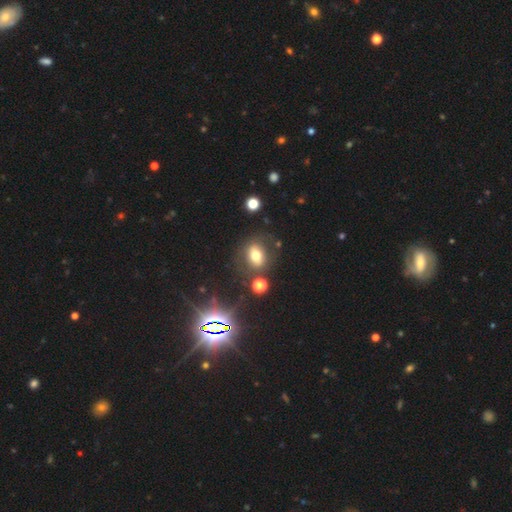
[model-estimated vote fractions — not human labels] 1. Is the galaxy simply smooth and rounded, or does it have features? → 64% smooth, 20% featured or disk, 16% star or artifact.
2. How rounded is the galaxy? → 65% in between, 32% round, 3% cigar-shaped.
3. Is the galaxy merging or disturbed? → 71% none, 14% minor disturbance, 7% merger, 7% major disturbance.